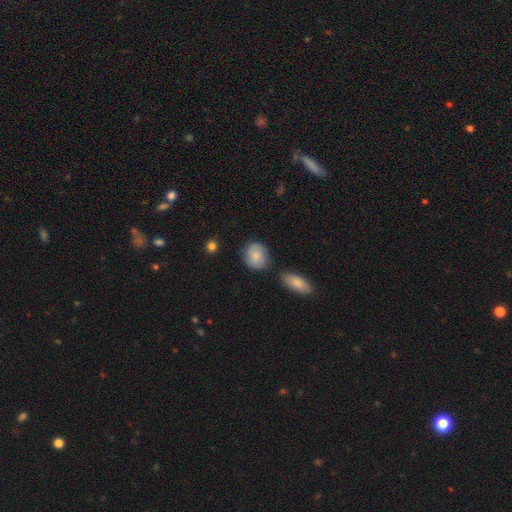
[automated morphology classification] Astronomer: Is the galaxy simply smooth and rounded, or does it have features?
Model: smooth — 69%.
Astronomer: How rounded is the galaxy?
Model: round — 67%.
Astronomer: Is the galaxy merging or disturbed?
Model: none — 70%.